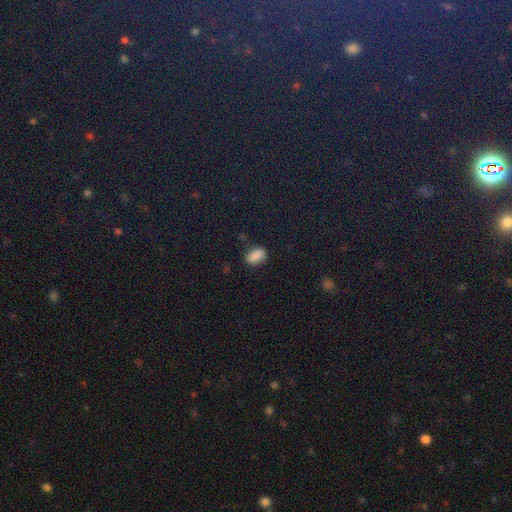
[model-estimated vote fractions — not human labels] Smooth or featured?
  - smooth: 86% *
  - star or artifact: 9%
  - featured or disk: 5%
How rounded?
  - in between: 88% *
  - round: 9%
  - cigar-shaped: 3%
Merging?
  - none: 80% *
  - minor disturbance: 15%
  - major disturbance: 4%
  - merger: 2%